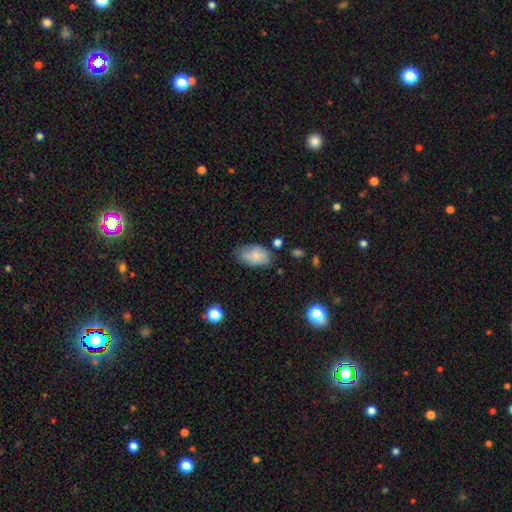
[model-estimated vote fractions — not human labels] A smooth galaxy with no disk features (74%) that is in between round and cigar-shaped (92%).

Vote fractions:
- Smooth or featured? smooth: 74% / featured or disk: 18% / star or artifact: 8%
- How rounded? in between: 92% / round: 7% / cigar-shaped: 2%
- Merging? none: 57% / minor disturbance: 30% / major disturbance: 9% / merger: 4%